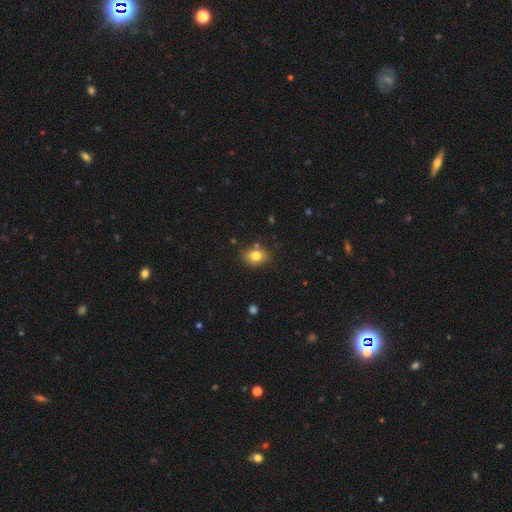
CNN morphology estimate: Smooth or featured: smooth — 80% (star or artifact — 11%)
How rounded: in between — 55% (round — 44%)
Merging: none — 78% (minor disturbance — 14%)